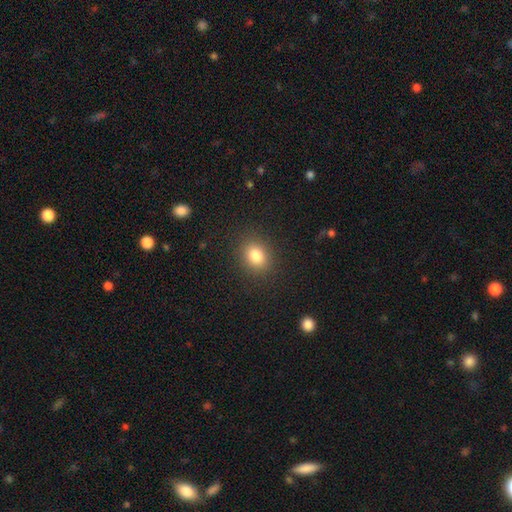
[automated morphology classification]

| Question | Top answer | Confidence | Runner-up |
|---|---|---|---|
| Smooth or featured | smooth | 82% | star or artifact (11%) |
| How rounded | round | 51% | in between (48%) |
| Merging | none | 88% | minor disturbance (8%) |